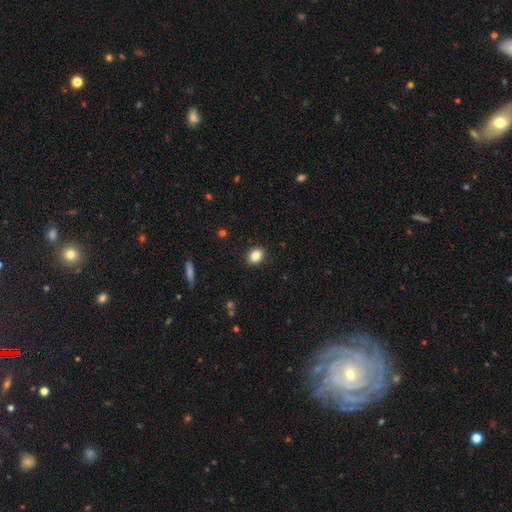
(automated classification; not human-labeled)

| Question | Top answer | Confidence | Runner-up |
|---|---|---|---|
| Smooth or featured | smooth | 85% | star or artifact (10%) |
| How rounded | in between | 52% | round (47%) |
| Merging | none | 90% | minor disturbance (7%) |